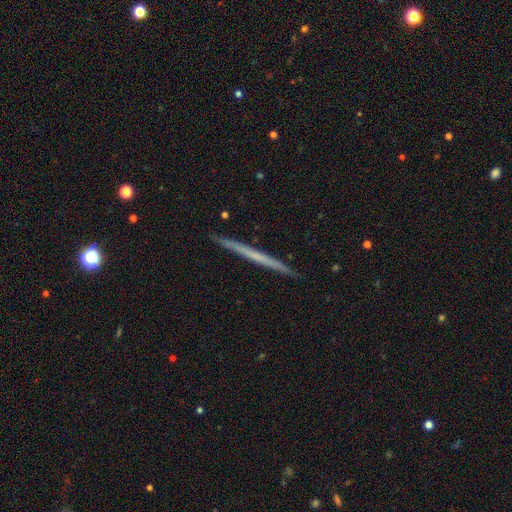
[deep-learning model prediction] Smooth or featured: featured or disk — 54% (smooth — 40%)
Edge-on disk: yes — 98% (no — 2%)
Edge-on bulge: none — 91% (rounded — 7%)
Merging: none — 93% (minor disturbance — 5%)